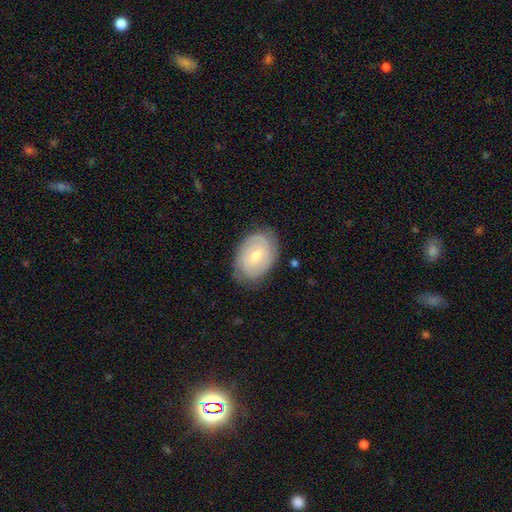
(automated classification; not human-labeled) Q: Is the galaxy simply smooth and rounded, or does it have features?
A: featured or disk — 74%.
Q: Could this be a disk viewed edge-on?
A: no — 96%.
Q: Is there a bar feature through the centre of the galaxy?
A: no — 55%.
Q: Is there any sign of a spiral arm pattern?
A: yes — 92%.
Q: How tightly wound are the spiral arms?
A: tight — 71%.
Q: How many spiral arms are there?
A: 2 — 39%.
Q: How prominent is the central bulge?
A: moderate — 53%.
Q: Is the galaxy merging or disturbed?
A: none — 77%.